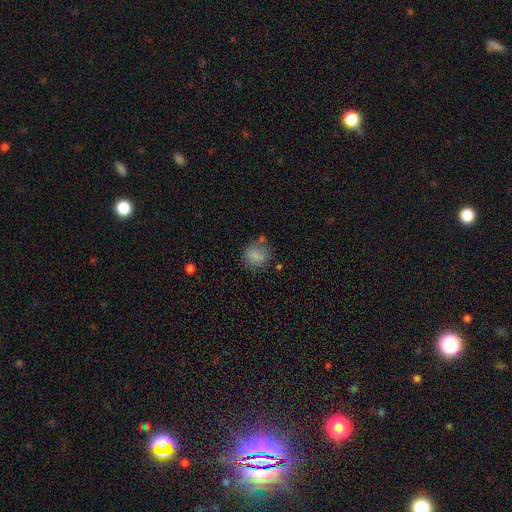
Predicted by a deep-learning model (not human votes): This appears to be a smooth galaxy with no disk features (81%) that is round (76%). Merging: none (67%).